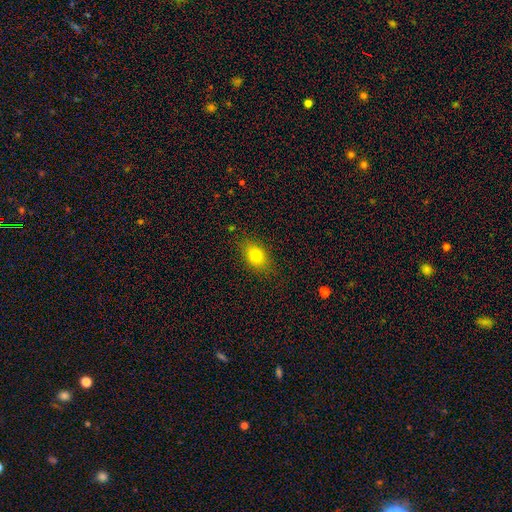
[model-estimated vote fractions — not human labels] Smooth or featured: smooth — 79% (featured or disk — 11%)
How rounded: in between — 77% (round — 21%)
Merging: none — 83% (minor disturbance — 13%)